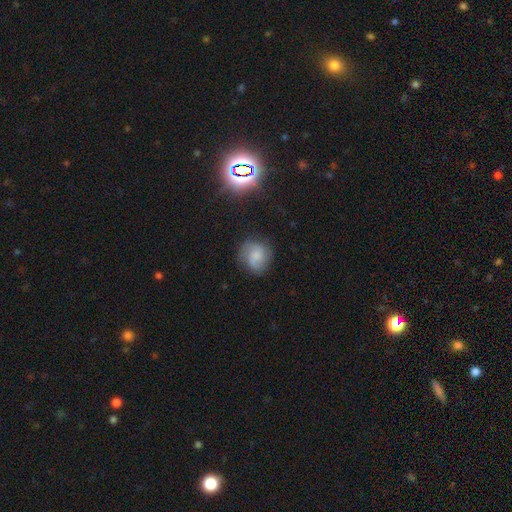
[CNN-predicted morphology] Overall: featured or disk (48%; smooth 42%). Merging: none (71%).